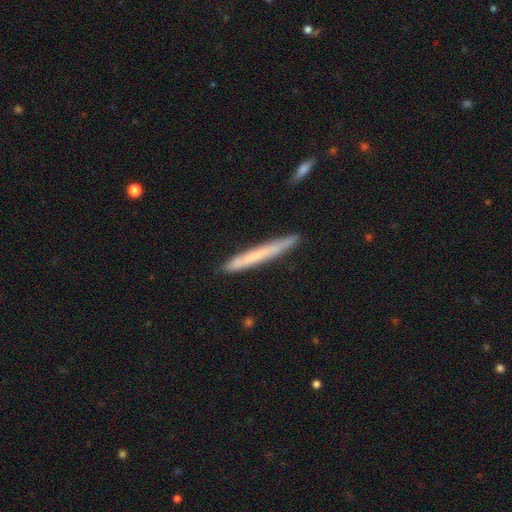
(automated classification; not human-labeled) Smooth or featured: smooth — 59% (featured or disk — 34%)
How rounded: cigar-shaped — 97% (in between — 2%)
Merging: none — 87% (minor disturbance — 10%)